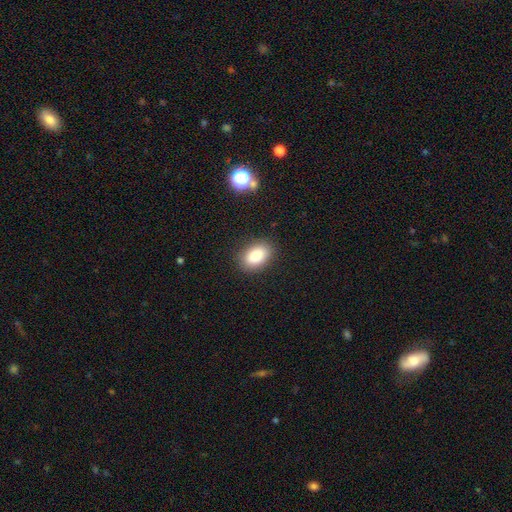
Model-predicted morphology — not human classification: A smooth galaxy with no disk features (85%) that is in between round and cigar-shaped (87%). Merging: none (86%).